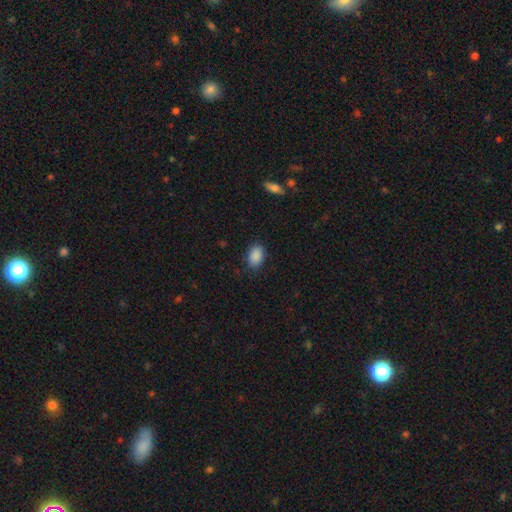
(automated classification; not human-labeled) A smooth galaxy with no disk features (89%) that is in between round and cigar-shaped (83%). Merging: none (84%).